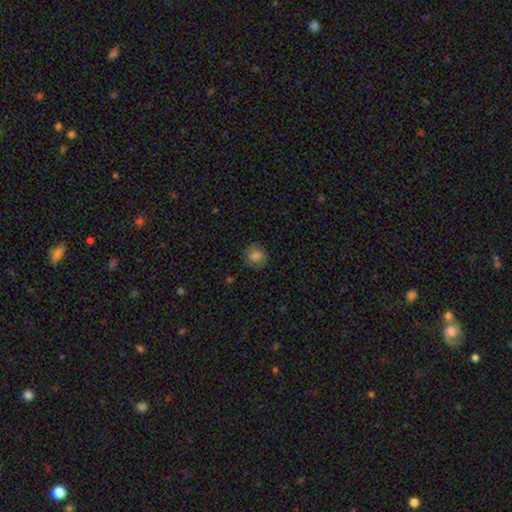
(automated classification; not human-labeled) The model was most divided on "smooth or featured": smooth: 73%, featured or disk: 17%, star or artifact: 10%. More confident: how rounded — round (83%); merging — none (81%).